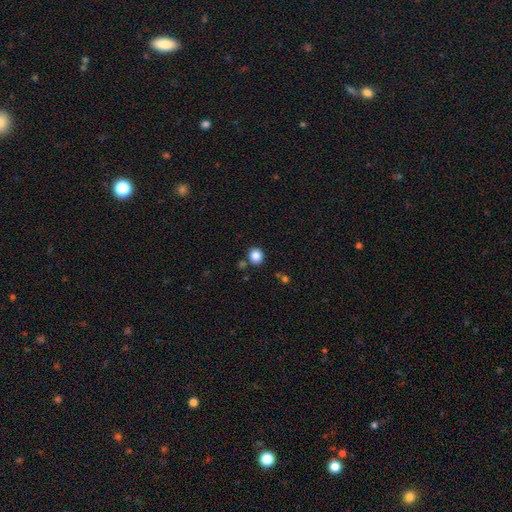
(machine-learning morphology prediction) smooth_or_featured: smooth (p=0.86) [alt: star or artifact p=0.11]
how_rounded: round (p=0.79) [alt: in between p=0.20]
merging: none (p=0.82) [alt: minor disturbance p=0.09]